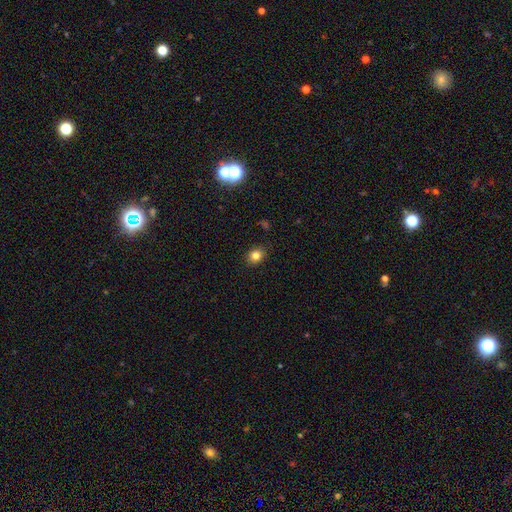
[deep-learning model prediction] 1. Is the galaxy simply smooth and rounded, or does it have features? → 81% smooth, 12% star or artifact, 7% featured or disk.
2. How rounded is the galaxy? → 58% round, 41% in between, 1% cigar-shaped.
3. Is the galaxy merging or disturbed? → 88% none, 9% minor disturbance, 2% major disturbance, 1% merger.